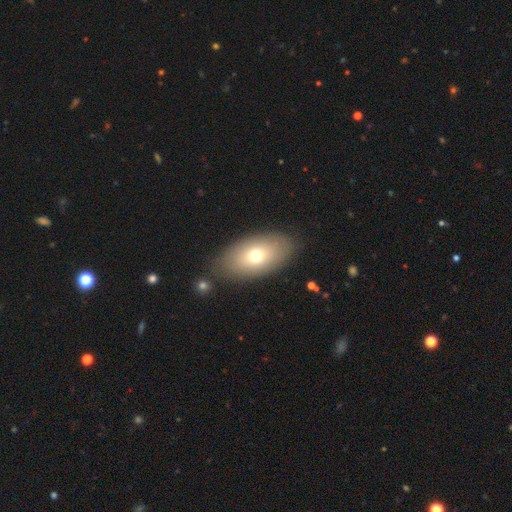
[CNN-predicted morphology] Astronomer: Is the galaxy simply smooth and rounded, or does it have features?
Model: smooth — 69%.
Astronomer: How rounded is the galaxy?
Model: in between — 91%.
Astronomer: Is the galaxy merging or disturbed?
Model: none — 81%.